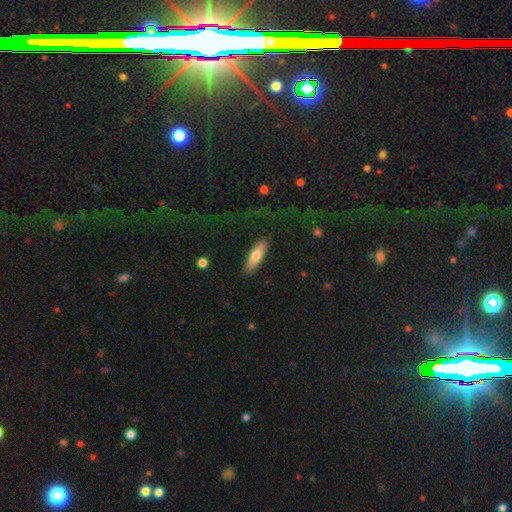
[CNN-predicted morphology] A smooth galaxy with no disk features (67%) that is cigar-shaped (56%).

Vote fractions:
- Smooth or featured? smooth: 67% / featured or disk: 27% / star or artifact: 6%
- How rounded? cigar-shaped: 56% / in between: 42% / round: 2%
- Merging? none: 85% / minor disturbance: 11% / major disturbance: 3% / merger: 1%